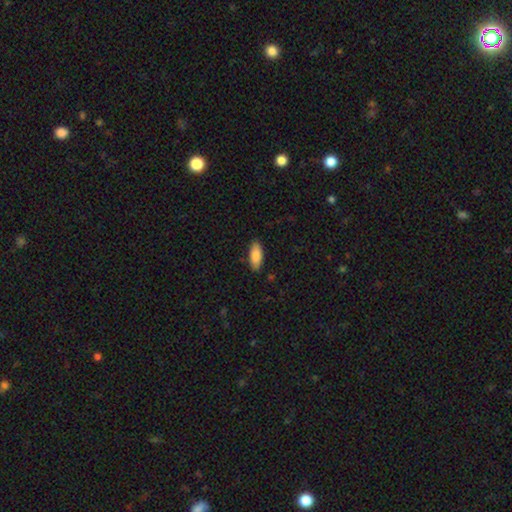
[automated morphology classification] smooth 87%, featured or disk 7%, star or artifact 6%. Down the decision tree: how rounded — in between (81%); merging — none (87%).